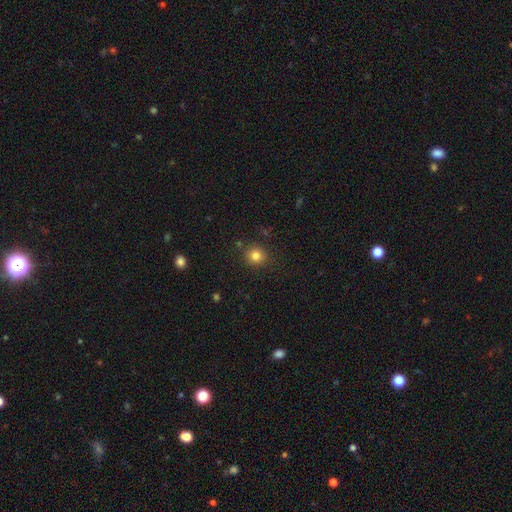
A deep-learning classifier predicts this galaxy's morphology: This is clearly a smooth galaxy (82%). How rounded: clearly round (86%). Merging: clearly none (87%).